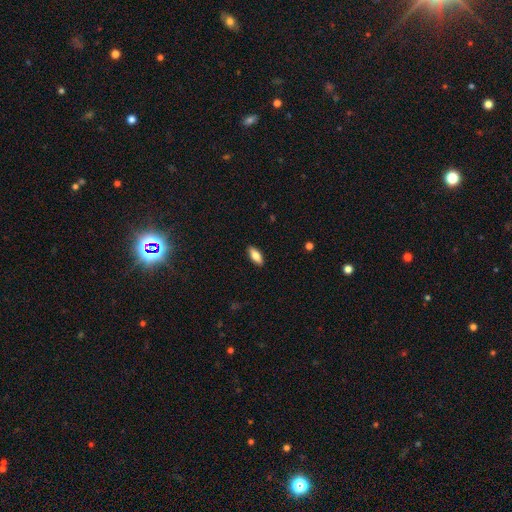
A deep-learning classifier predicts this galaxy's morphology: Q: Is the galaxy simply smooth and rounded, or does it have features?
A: smooth — 79%.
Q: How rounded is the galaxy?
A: in between — 79%.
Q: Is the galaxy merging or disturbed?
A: none — 89%.